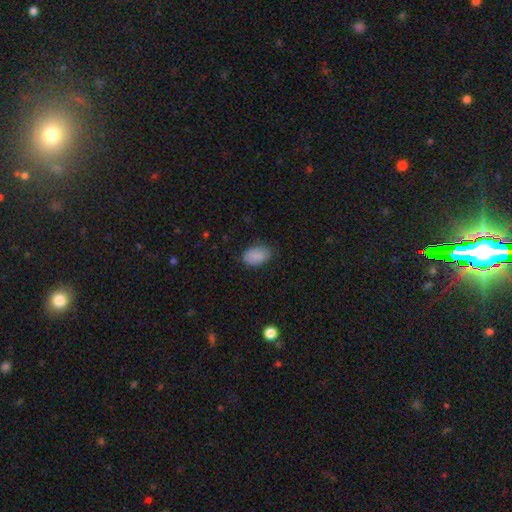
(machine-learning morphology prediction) smooth-or-featured: smooth: 88% | star or artifact: 7% | featured or disk: 5%
  how-rounded: in between: 89% | round: 10% | cigar-shaped: 1%
  merging: none: 76% | minor disturbance: 19% | major disturbance: 4% | merger: 1%